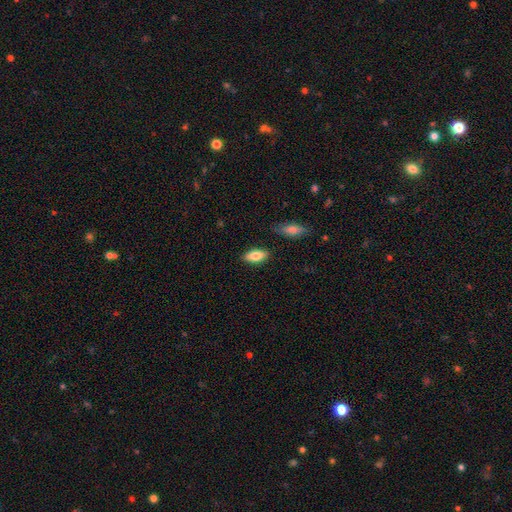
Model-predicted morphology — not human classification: type=smooth (79%); roundness=in between (83%); merging=none (85%).